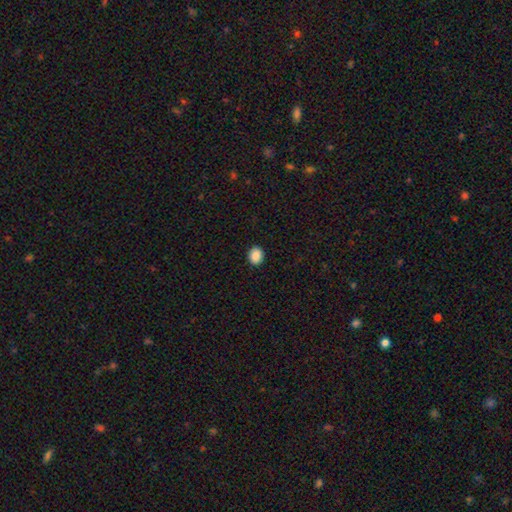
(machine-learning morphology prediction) smooth 88%, star or artifact 9%, featured or disk 3%. Down the decision tree: how rounded — round (58%); merging — none (91%).